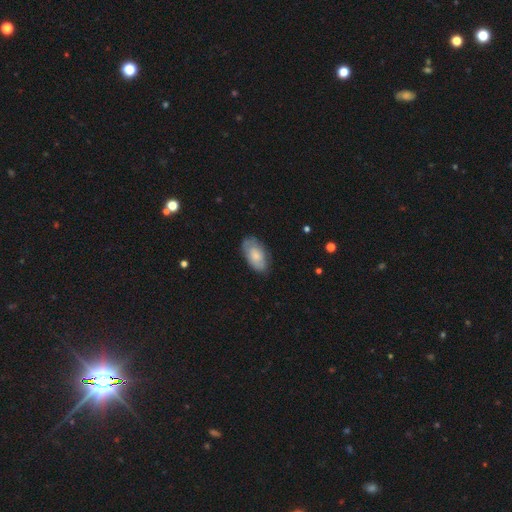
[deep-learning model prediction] Overall: smooth (65%; featured or disk 29%). How rounded: in between (94%). Merging: none (73%).